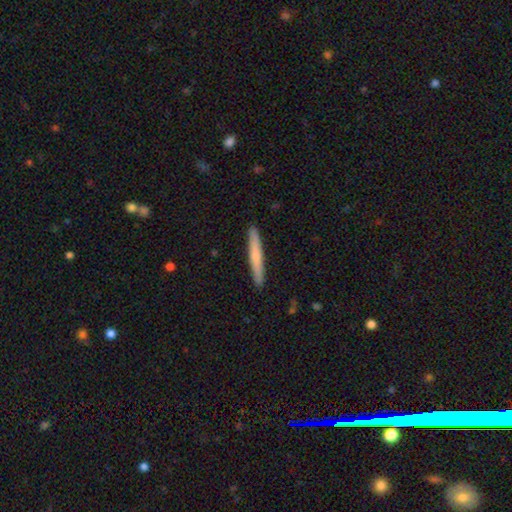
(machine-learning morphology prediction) A smooth galaxy with no disk features (64%) that is cigar-shaped (96%).

Vote fractions:
- Smooth or featured? smooth: 64% / featured or disk: 31% / star or artifact: 5%
- How rounded? cigar-shaped: 96% / in between: 3% / round: 1%
- Merging? none: 92% / minor disturbance: 6% / major disturbance: 1% / merger: 1%